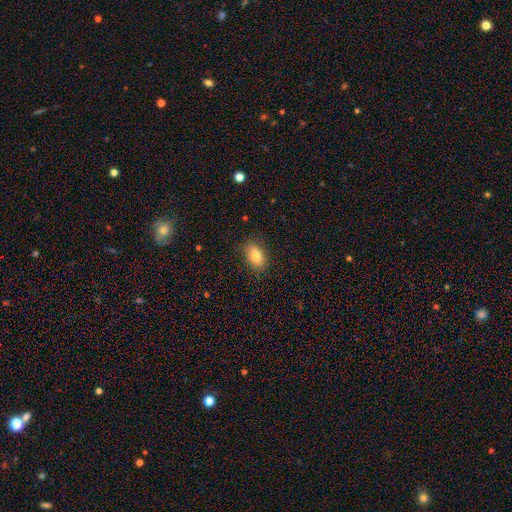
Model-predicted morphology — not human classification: The model was most divided on "smooth or featured": smooth: 82%, featured or disk: 10%, star or artifact: 8%. More confident: how rounded — in between (89%); merging — none (86%).